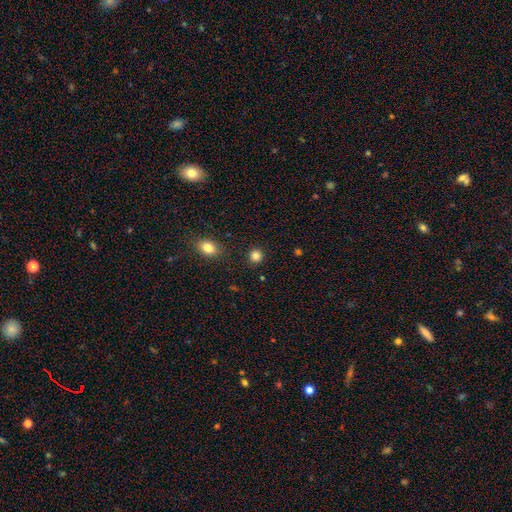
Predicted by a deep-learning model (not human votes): Smooth or featured: smooth — 84% (star or artifact — 12%)
How rounded: round — 90% (in between — 9%)
Merging: none — 91% (minor disturbance — 5%)